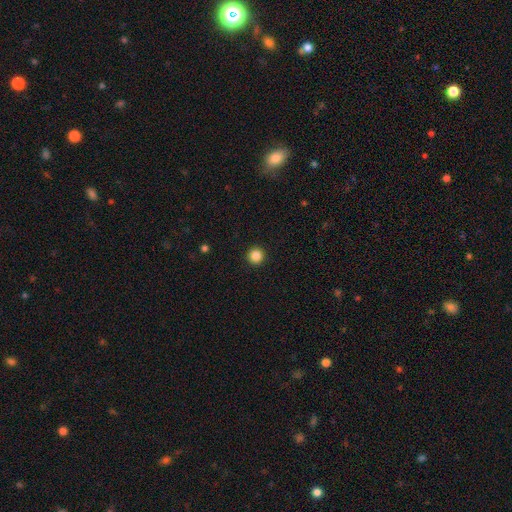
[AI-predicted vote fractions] This appears to be a smooth galaxy with no disk features (86%) that is round (96%). Merging: none (94%).